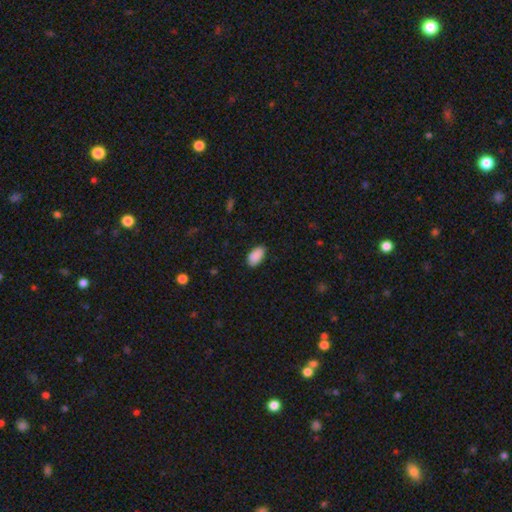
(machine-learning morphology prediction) This is clearly a smooth galaxy (90%). How rounded: clearly in between (95%). Merging: clearly none (85%).